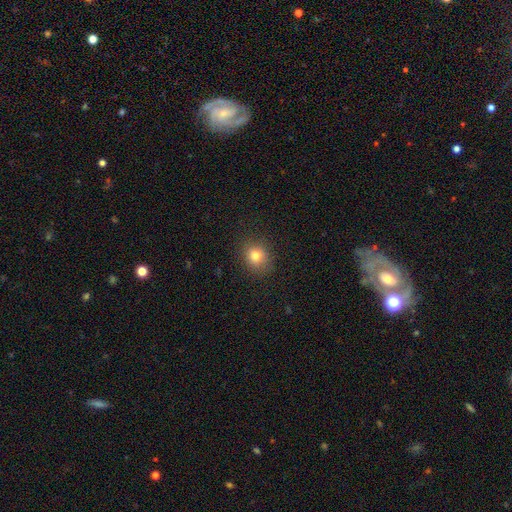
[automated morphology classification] Smooth or featured? Predicted: smooth (p=0.79). How rounded? Predicted: round (p=0.71). Merging? Predicted: none (p=0.86).